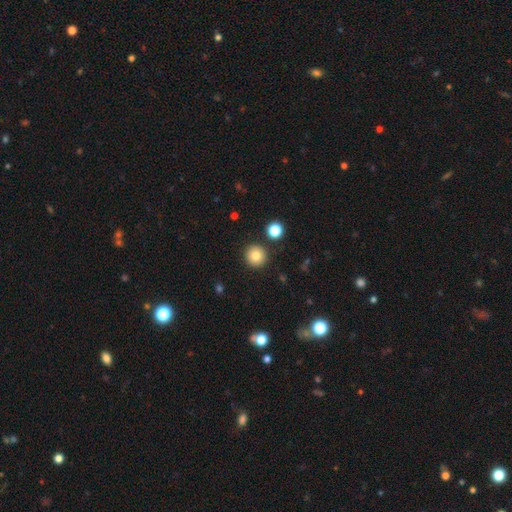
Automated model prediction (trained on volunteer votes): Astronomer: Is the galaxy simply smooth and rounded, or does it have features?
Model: smooth — 82%.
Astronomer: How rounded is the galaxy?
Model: round — 95%.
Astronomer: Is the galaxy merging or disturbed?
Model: none — 90%.